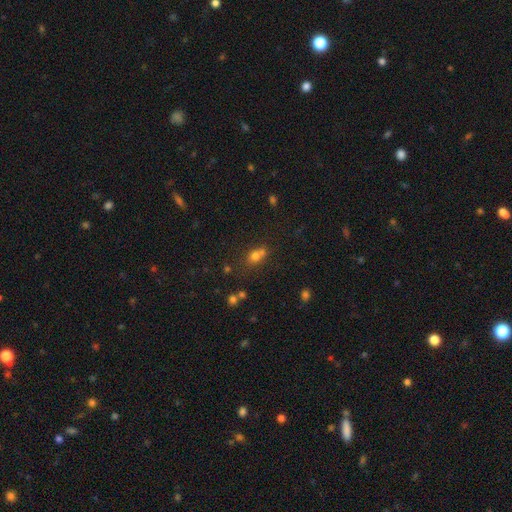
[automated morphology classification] Smooth or featured?
  - smooth: 67% *
  - star or artifact: 20%
  - featured or disk: 13%
How rounded?
  - round: 60% *
  - in between: 38%
  - cigar-shaped: 2%
Merging?
  - merger: 43% *
  - none: 40%
  - minor disturbance: 12%
  - major disturbance: 6%